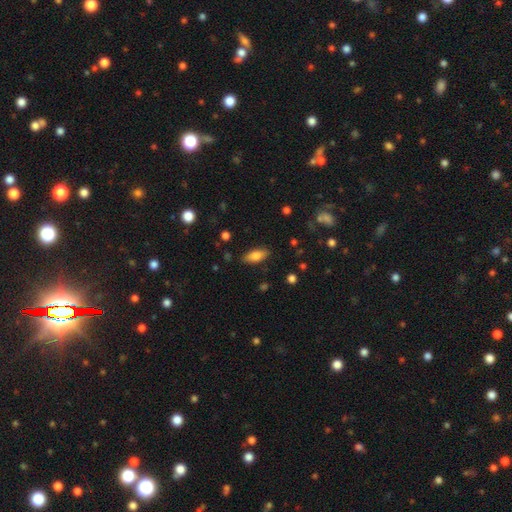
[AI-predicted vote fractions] Overall: smooth (77%). How rounded: in between (82%). Merging: none (85%).